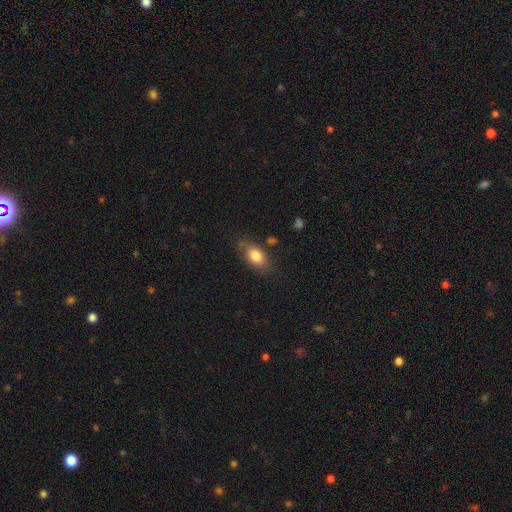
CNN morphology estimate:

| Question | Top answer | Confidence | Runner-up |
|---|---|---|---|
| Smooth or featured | smooth | 81% | featured or disk (12%) |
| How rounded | in between | 86% | round (10%) |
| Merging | none | 72% | minor disturbance (20%) |